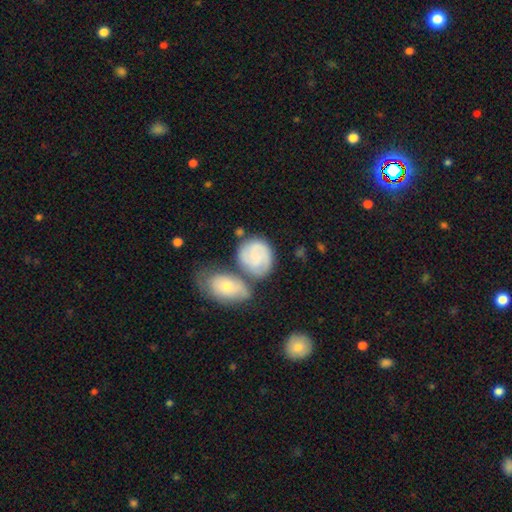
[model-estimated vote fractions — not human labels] featured or disk 51%, smooth 42%, star or artifact 6%. Down the decision tree: edge-on disk — no (97%); merging — none (52%).